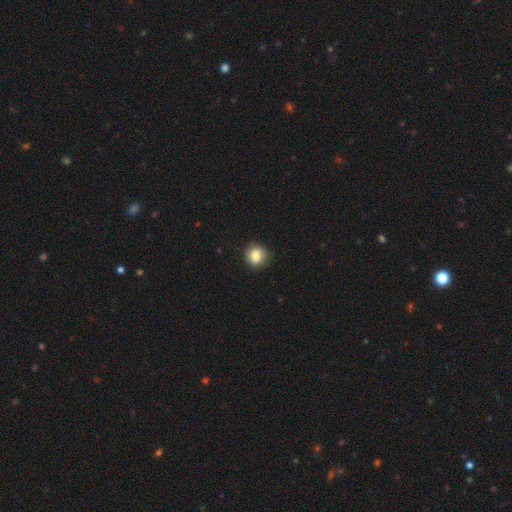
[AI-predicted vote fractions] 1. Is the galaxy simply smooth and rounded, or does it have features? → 83% smooth, 9% star or artifact, 8% featured or disk.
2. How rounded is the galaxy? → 83% round, 16% in between, 1% cigar-shaped.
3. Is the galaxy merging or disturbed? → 86% none, 11% minor disturbance, 2% major disturbance, 1% merger.